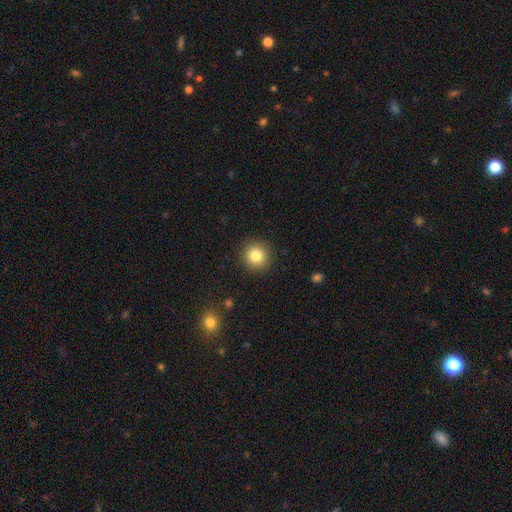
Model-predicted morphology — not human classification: A smooth galaxy with no disk features (82%) that is round (94%). Merging: none (91%).